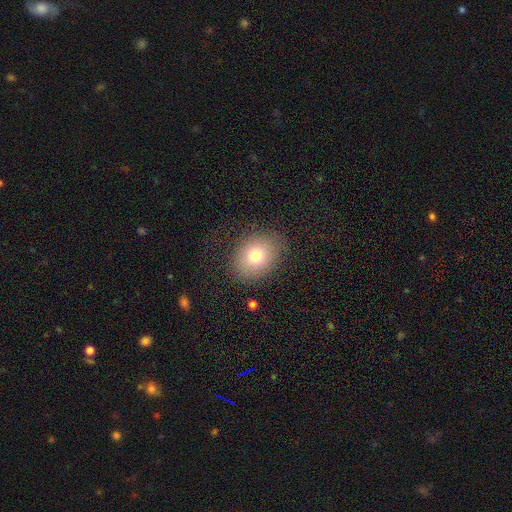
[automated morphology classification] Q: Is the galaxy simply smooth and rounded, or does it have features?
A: smooth — 76%.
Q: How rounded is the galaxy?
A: in between — 58%.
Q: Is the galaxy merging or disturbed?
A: none — 80%.